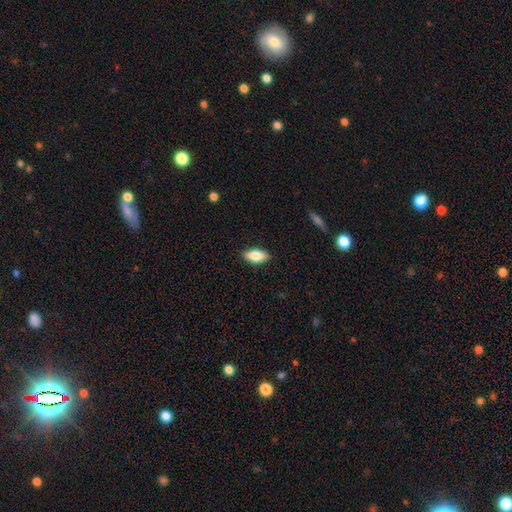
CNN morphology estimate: This appears to be a smooth galaxy with no disk features (78%) that is in between round and cigar-shaped (84%). Merging: none (88%).